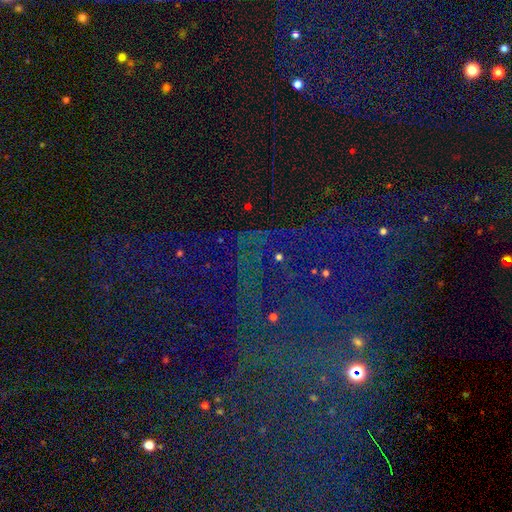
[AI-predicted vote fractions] This appears to be a star or artifact, not a galaxy (82%).